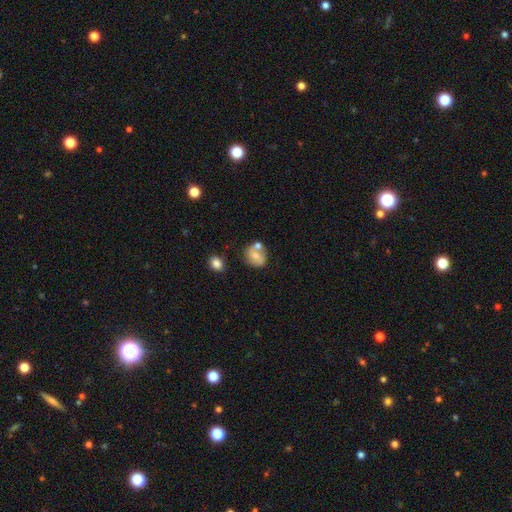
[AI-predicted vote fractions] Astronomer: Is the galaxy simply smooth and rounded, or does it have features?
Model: smooth — 52% (runner-up: featured or disk, 39%).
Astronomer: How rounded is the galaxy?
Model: round — 70%.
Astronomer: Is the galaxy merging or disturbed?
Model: none — 51%.